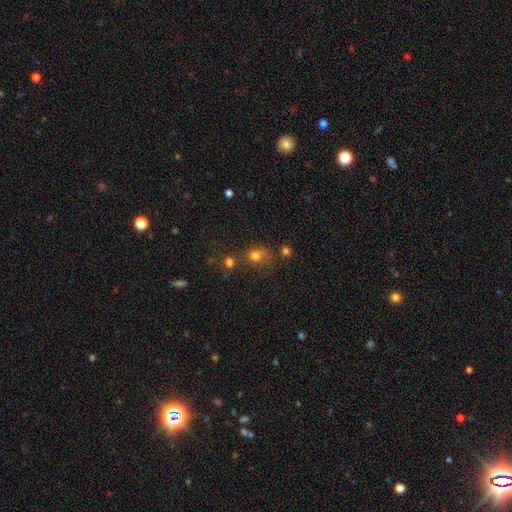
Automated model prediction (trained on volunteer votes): Morphology: type=smooth (74%); roundness=round (75%); merging=none (53%).